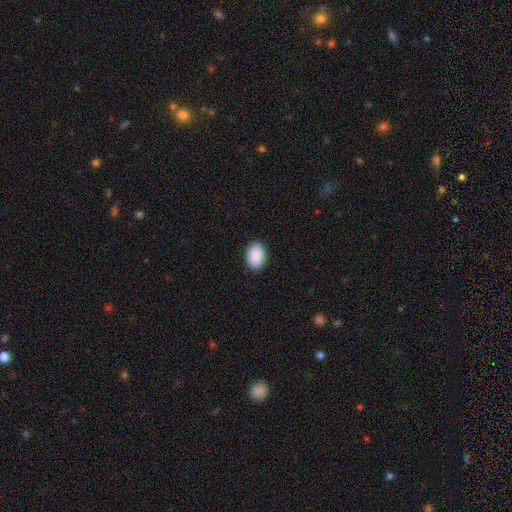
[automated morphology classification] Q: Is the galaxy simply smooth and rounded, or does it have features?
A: smooth — 91%.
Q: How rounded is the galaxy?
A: in between — 86%.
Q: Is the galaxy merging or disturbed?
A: none — 90%.